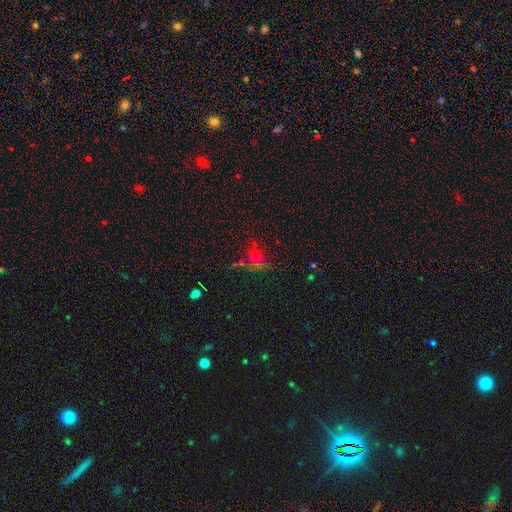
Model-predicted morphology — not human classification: The model was most divided on "smooth or featured": smooth: 48%, star or artifact: 36%, featured or disk: 16%. More confident: merging — none (53%).